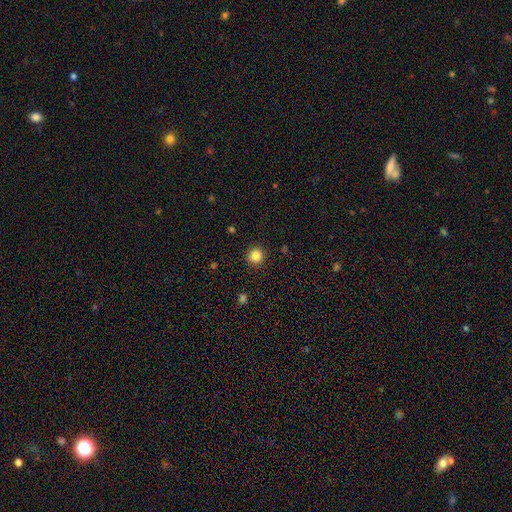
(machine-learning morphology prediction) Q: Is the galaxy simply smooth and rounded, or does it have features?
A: smooth — 85%.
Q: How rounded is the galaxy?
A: round — 94%.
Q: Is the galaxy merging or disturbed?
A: none — 91%.